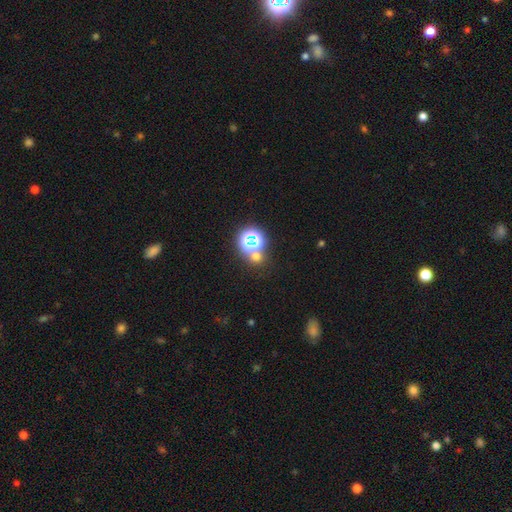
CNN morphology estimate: smooth_or_featured: smooth (p=0.48) [alt: star or artifact p=0.44]
merging: none (p=0.64) [alt: merger p=0.24]